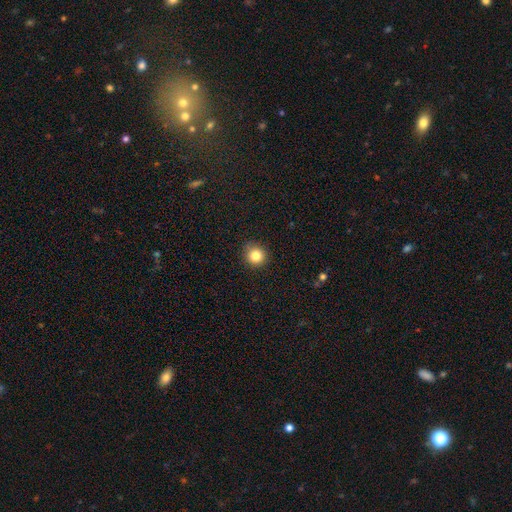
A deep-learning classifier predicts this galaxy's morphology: Smooth or featured? smooth (83%)
How rounded? round (92%)
Merging? none (87%)